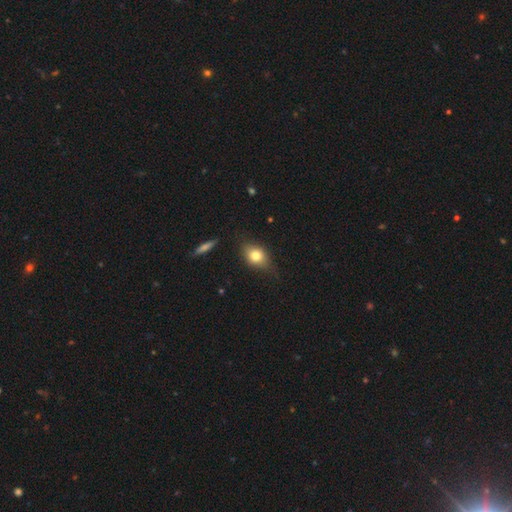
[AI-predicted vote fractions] smooth 76%, featured or disk 14%, star or artifact 9%. Down the decision tree: how rounded — in between (61%); merging — none (70%).